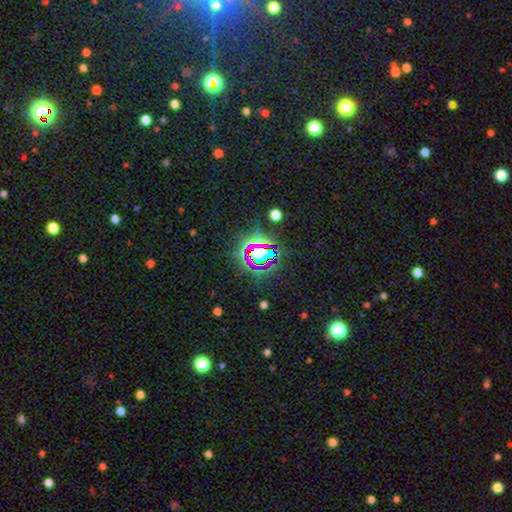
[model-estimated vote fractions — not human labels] smooth-or-featured: star or artifact: 72% | smooth: 17% | featured or disk: 11%